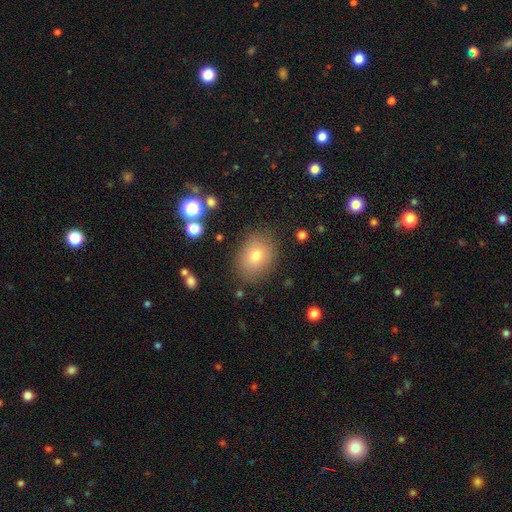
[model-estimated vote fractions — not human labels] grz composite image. It shows a smooth galaxy with no disk features (77%) that is in between round and cigar-shaped (63%). Merging: none (83%).